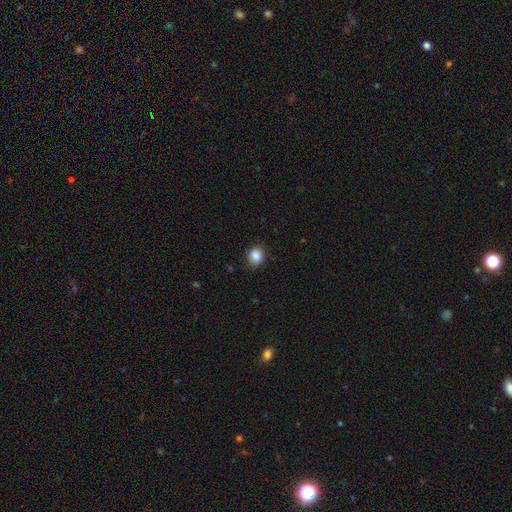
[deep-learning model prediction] Smooth or featured?
  - smooth: 86% *
  - star or artifact: 10%
  - featured or disk: 4%
How rounded?
  - round: 75% *
  - in between: 24%
  - cigar-shaped: 1%
Merging?
  - none: 85% *
  - minor disturbance: 11%
  - major disturbance: 3%
  - merger: 1%